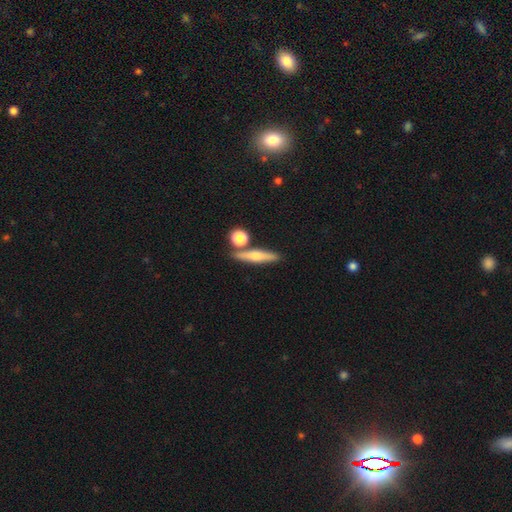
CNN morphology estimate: Q: Smooth or featured?
A: smooth (49%); runner-up: featured or disk (44%)
Q: Merging?
A: none (77%); runner-up: merger (12%)